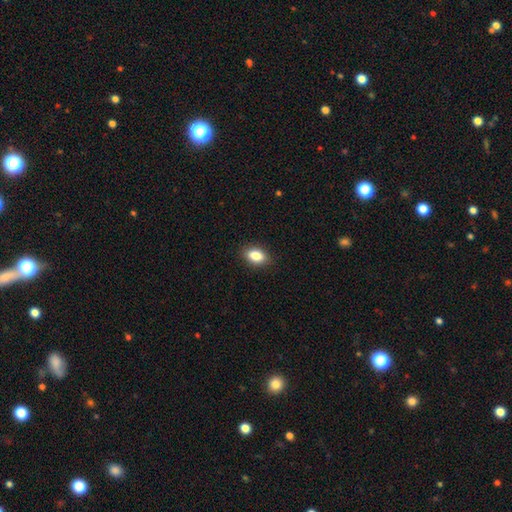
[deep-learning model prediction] A smooth galaxy with no disk features (85%) that is in between round and cigar-shaped (86%).

Vote fractions:
- Smooth or featured? smooth: 85% / star or artifact: 8% / featured or disk: 7%
- How rounded? in between: 86% / round: 10% / cigar-shaped: 3%
- Merging? none: 89% / minor disturbance: 8% / major disturbance: 2% / merger: 1%